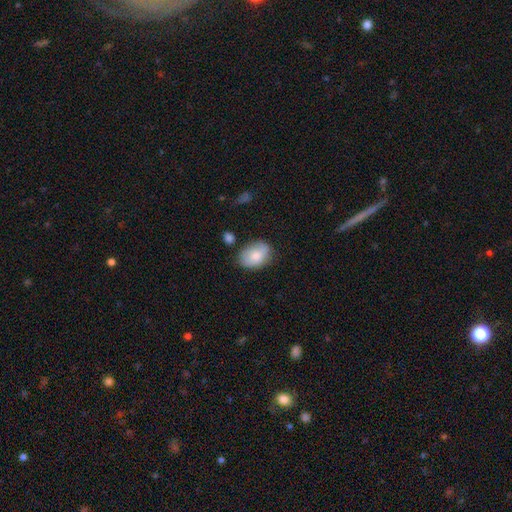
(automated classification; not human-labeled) Overall: smooth (74%). How rounded: in between (83%). Merging: none (65%).